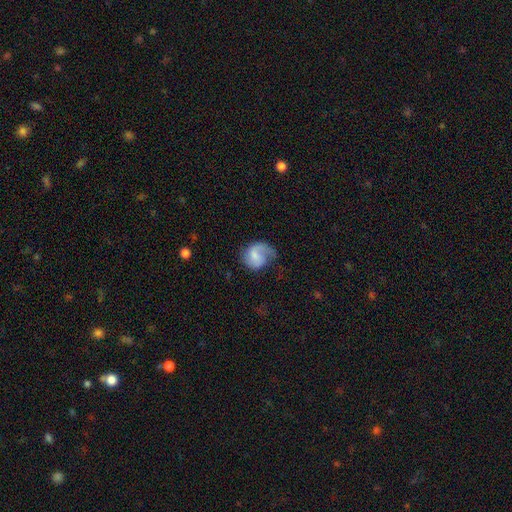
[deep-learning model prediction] smooth-or-featured: featured or disk: 55% | smooth: 38% | star or artifact: 7%
  disk-edge-on: no: 98% | yes: 2%
    bar: no: 45% (tied) | weak: 45% (tied) | strong: 10%
    has-spiral-arms: yes: 88% | no: 12%
    bulge-size: small: 35% | moderate: 31% | none: 25% | large: 7% | dominant: 2%
  merging: none: 45% | minor disturbance: 28% | major disturbance: 25% | merger: 2%